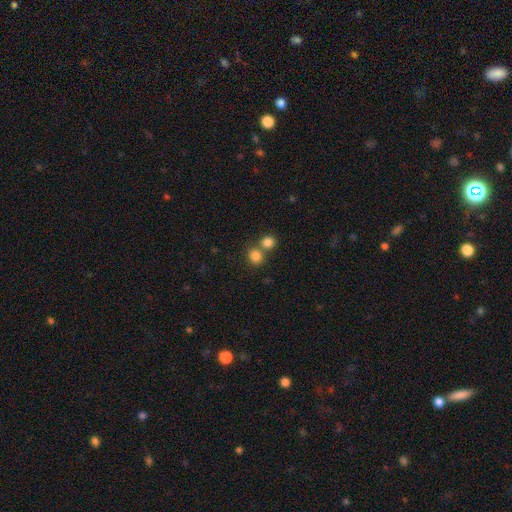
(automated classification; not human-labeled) This is clearly a smooth galaxy (82%). How rounded: clearly round (81%). Merging: possibly none (53%).